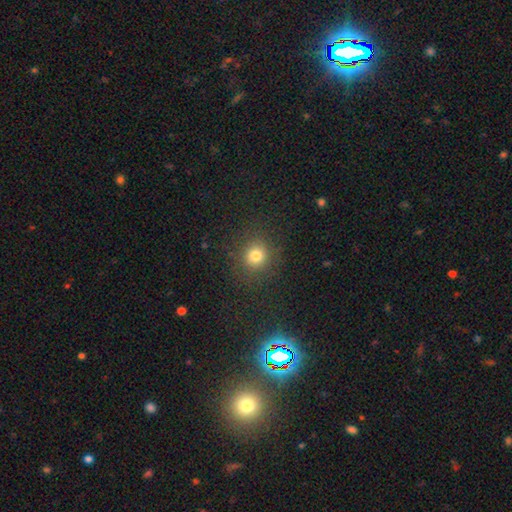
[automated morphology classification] smooth 77%, star or artifact 17%, featured or disk 6%. Down the decision tree: how rounded — round (89%); merging — none (87%).